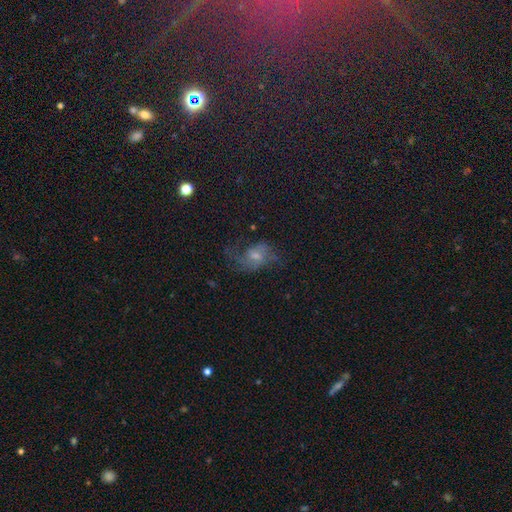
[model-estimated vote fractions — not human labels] smooth-or-featured: featured or disk: 62% | smooth: 24% | star or artifact: 14%
  disk-edge-on: no: 96% | yes: 4%
    bar: no: 46% | weak: 44% | strong: 9%
    has-spiral-arms: yes: 82% | no: 18%
    bulge-size: moderate: 45% | small: 42% | none: 7% | large: 5% | dominant: 2%
  merging: none: 46% | major disturbance: 31% | minor disturbance: 21% | merger: 3%